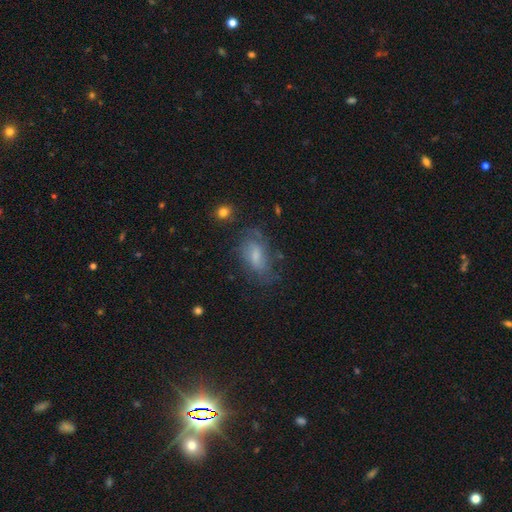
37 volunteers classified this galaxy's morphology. This appears to be a featured or disk galaxy (57%) with a weak bar (50%), loose (42%) spiral arms (60%) and a moderate central bulge (45%). Merging: none (50%).